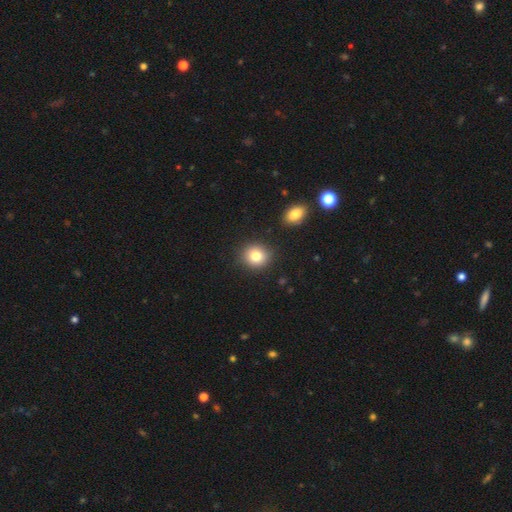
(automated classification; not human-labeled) A smooth galaxy with no disk features (81%) that is round (84%).

Vote fractions:
- Smooth or featured? smooth: 81% / star or artifact: 11% / featured or disk: 8%
- How rounded? round: 84% / in between: 15% / cigar-shaped: 1%
- Merging? none: 87% / minor disturbance: 8% / merger: 3% / major disturbance: 2%